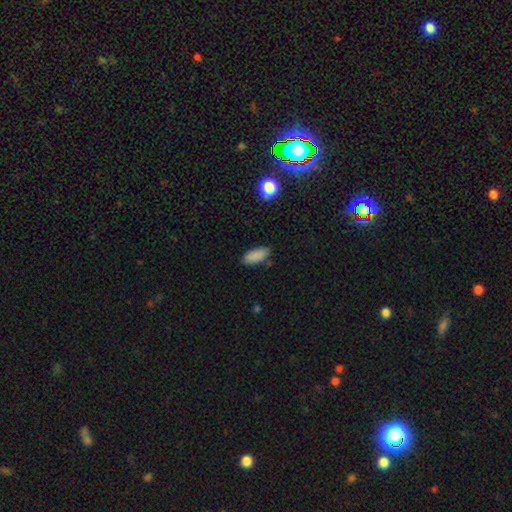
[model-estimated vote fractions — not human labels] smooth 87%, star or artifact 8%, featured or disk 5%. Down the decision tree: how rounded — in between (79%); merging — none (82%).